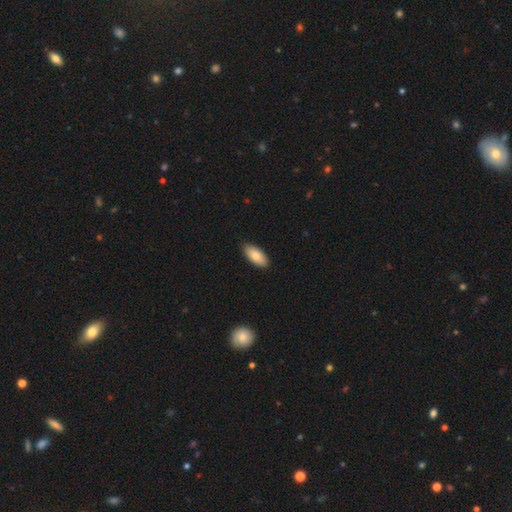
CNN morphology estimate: A smooth galaxy with no disk features (83%) that is in between round and cigar-shaped (89%).

Vote fractions:
- Smooth or featured? smooth: 83% / featured or disk: 11% / star or artifact: 6%
- How rounded? in between: 89% / cigar-shaped: 9% / round: 2%
- Merging? none: 88% / minor disturbance: 9% / major disturbance: 2% / merger: 1%